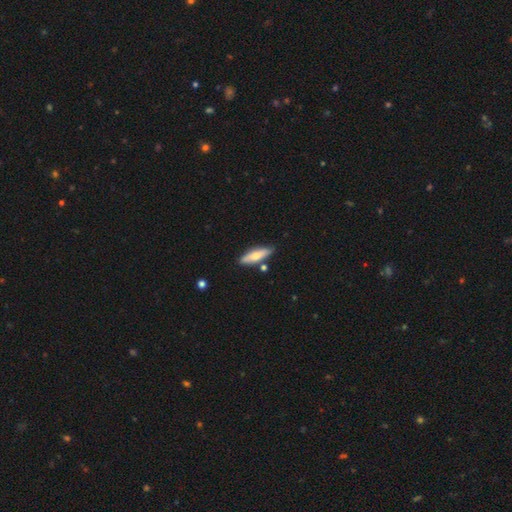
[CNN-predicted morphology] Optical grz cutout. It shows a smooth galaxy with no disk features (61%) that is cigar-shaped (56%). Merging: none (81%).